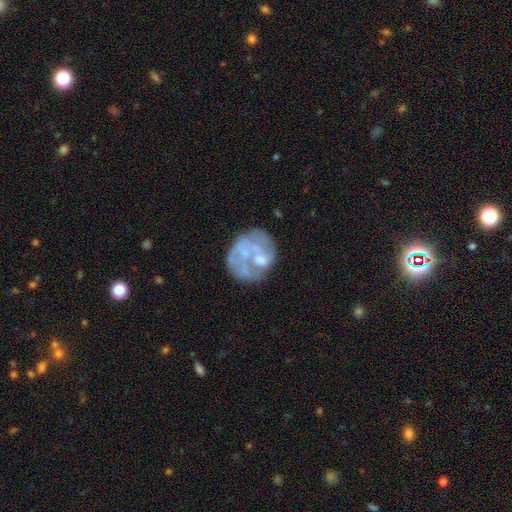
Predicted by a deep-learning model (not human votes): This appears to be a featured or disk galaxy (66%) with no bar (80%), no spiral arms (70%) and a moderate central bulge (35%). Merging: none (50%).